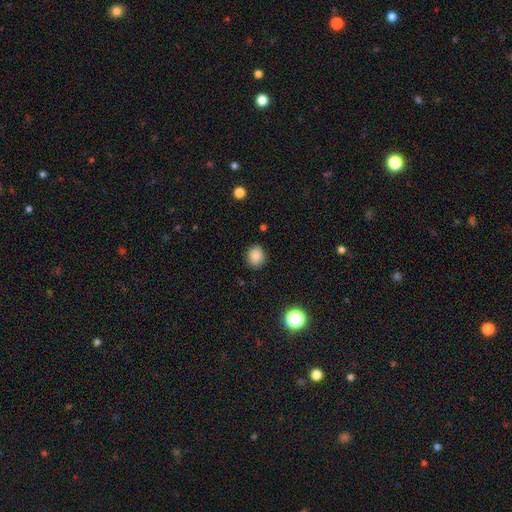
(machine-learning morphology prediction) type=smooth (86%); roundness=round (72%); merging=none (88%).